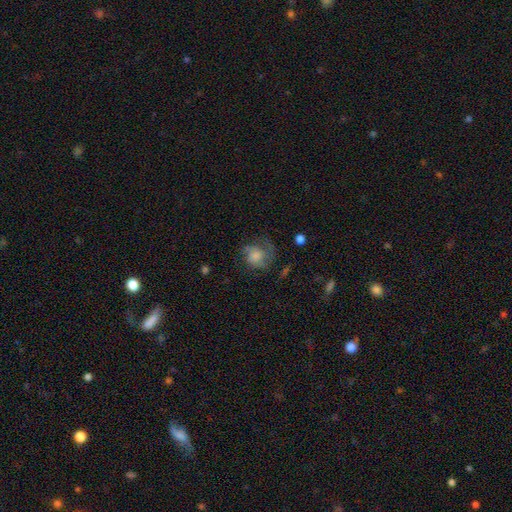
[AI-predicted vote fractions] Overall: smooth (61%; featured or disk 30%). How rounded: round (70%). Merging: none (47%; major disturbance 26%).